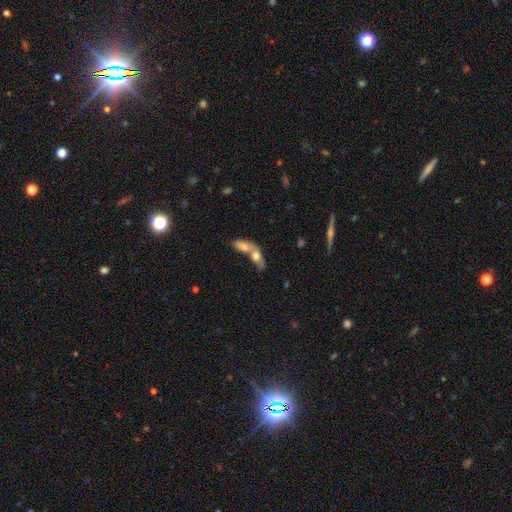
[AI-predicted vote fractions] Overall: smooth (62%; featured or disk 28%). How rounded: in between (67%). Merging: merger (73%).